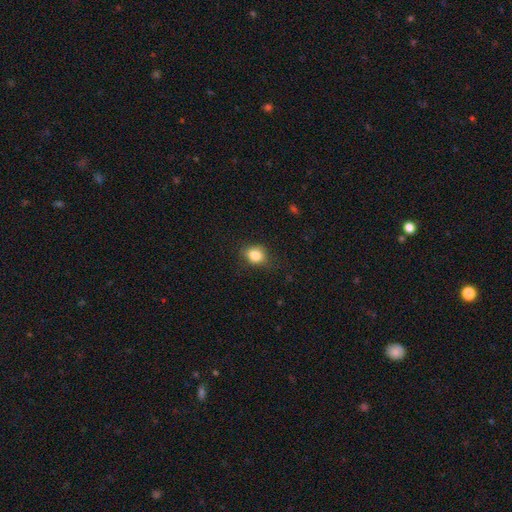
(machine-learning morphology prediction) type=smooth (83%); roundness=round (50%); merging=none (72%).